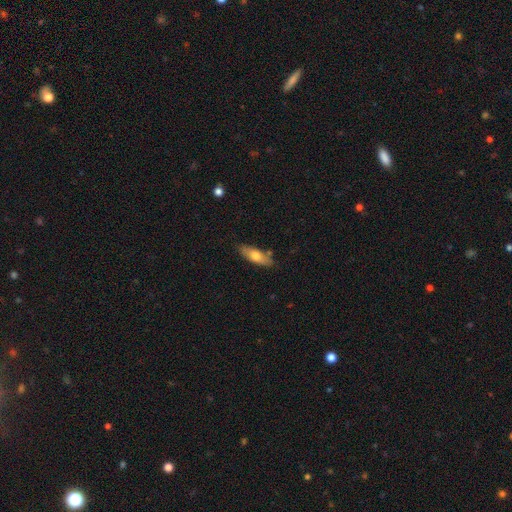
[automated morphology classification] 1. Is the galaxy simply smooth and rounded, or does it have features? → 67% smooth, 27% featured or disk, 6% star or artifact.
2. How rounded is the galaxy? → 62% in between, 35% cigar-shaped, 2% round.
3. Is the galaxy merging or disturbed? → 81% none, 13% minor disturbance, 4% merger, 2% major disturbance.